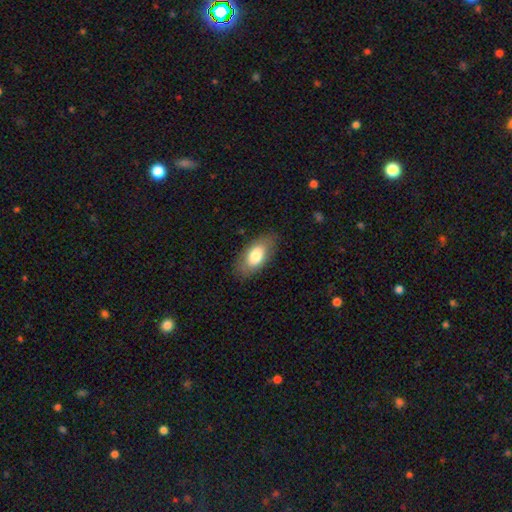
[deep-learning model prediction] Smooth or featured? smooth (78%)
How rounded? in between (92%)
Merging? none (83%)